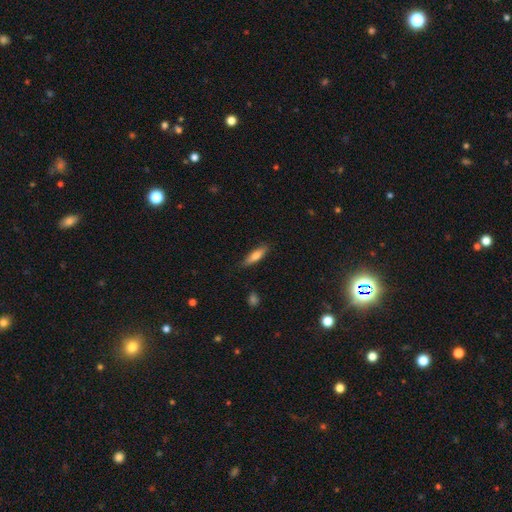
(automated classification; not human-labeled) This appears to be a smooth galaxy with no disk features (72%) that is cigar-shaped (65%). Merging: none (82%).